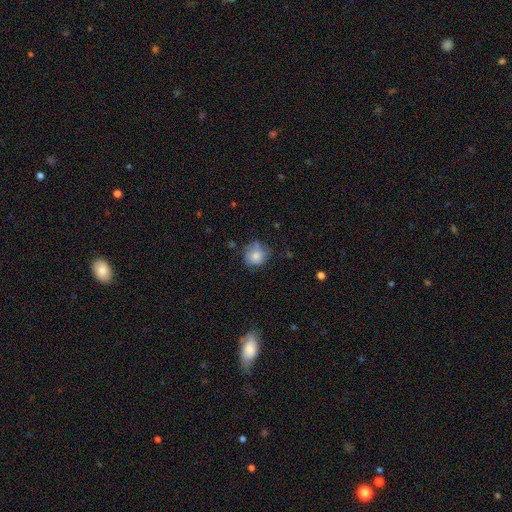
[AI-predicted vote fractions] The model was most divided on "merging": none: 60%, minor disturbance: 26%, major disturbance: 9%, merger: 5%. More confident: how rounded — round (79%); smooth or featured — smooth (76%).